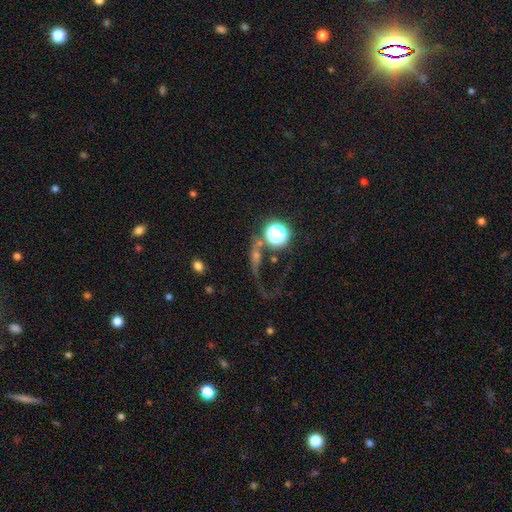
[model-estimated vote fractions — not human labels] This appears to be a star or artifact, not a galaxy (36%).